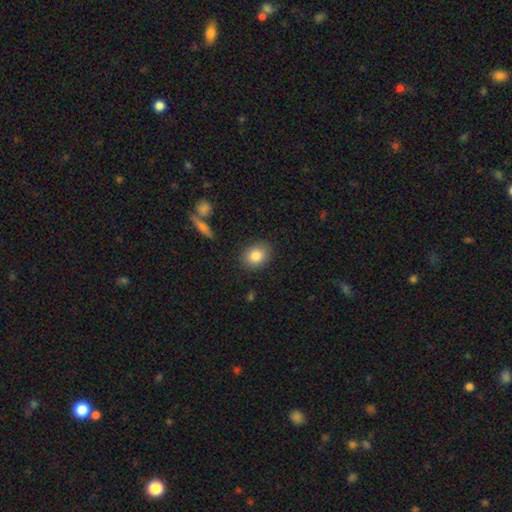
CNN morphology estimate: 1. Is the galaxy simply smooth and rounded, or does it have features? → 84% smooth, 8% star or artifact, 8% featured or disk.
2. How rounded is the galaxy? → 52% in between, 47% round, 1% cigar-shaped.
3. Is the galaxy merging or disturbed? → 86% none, 10% minor disturbance, 3% major disturbance, 2% merger.